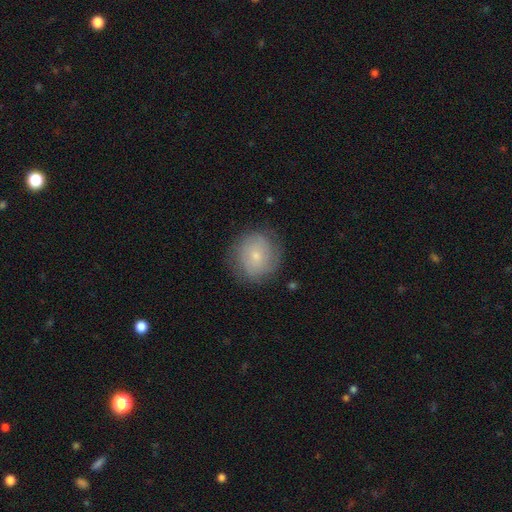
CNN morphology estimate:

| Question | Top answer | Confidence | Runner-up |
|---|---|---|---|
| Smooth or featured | smooth | 53% | featured or disk (39%) |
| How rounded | round | 88% | in between (11%) |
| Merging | none | 78% | minor disturbance (15%) |